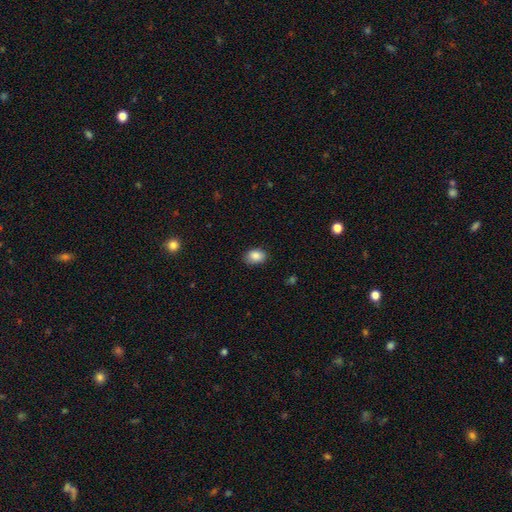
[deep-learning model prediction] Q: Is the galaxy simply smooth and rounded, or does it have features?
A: smooth — 87%.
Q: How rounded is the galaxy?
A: in between — 79%.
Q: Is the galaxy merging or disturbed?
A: none — 85%.